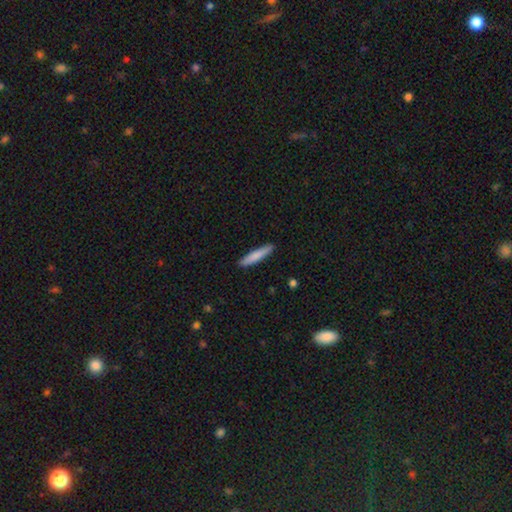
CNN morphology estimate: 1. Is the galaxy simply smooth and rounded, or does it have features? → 80% smooth, 15% featured or disk, 5% star or artifact.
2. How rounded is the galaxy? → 90% cigar-shaped, 9% in between, 1% round.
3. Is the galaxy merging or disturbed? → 89% none, 8% minor disturbance, 2% major disturbance, 1% merger.